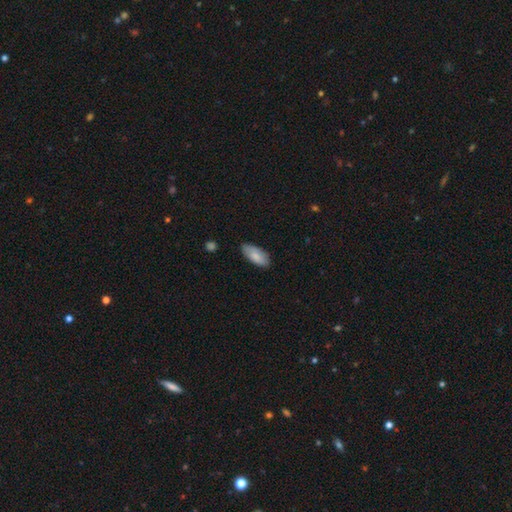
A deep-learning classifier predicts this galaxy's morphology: Smooth or featured: smooth — 82% (featured or disk — 12%)
How rounded: in between — 89% (cigar-shaped — 9%)
Merging: none — 78% (minor disturbance — 18%)